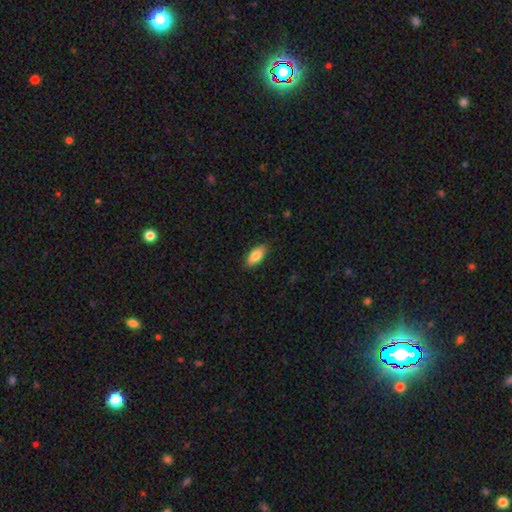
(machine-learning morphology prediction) Smooth or featured? smooth (84%)
How rounded? in between (86%)
Merging? none (87%)